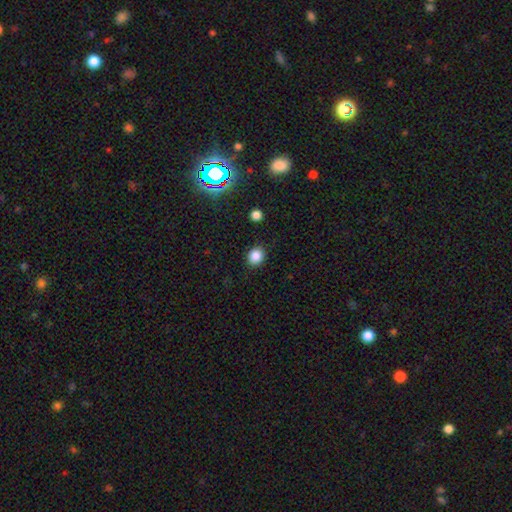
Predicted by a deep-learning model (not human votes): A smooth galaxy with no disk features (86%) that is round (76%).

Vote fractions:
- Smooth or featured? smooth: 86% / star or artifact: 11% / featured or disk: 4%
- How rounded? round: 76% / in between: 23% / cigar-shaped: 1%
- Merging? none: 88% / minor disturbance: 8% / major disturbance: 2% / merger: 2%